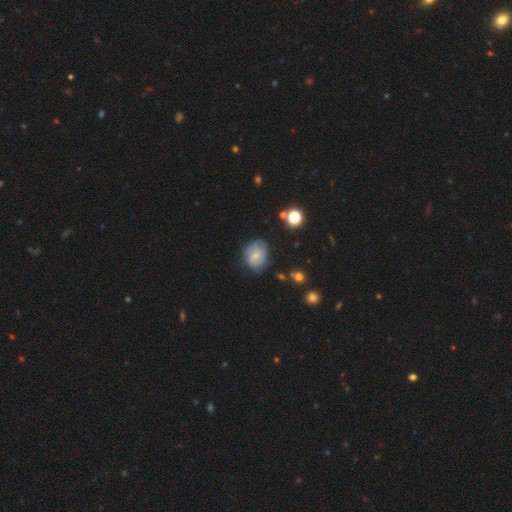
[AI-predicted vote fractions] This is possibly a smooth galaxy (54%). How rounded: possibly in between (50%). Merging: likely none (63%).